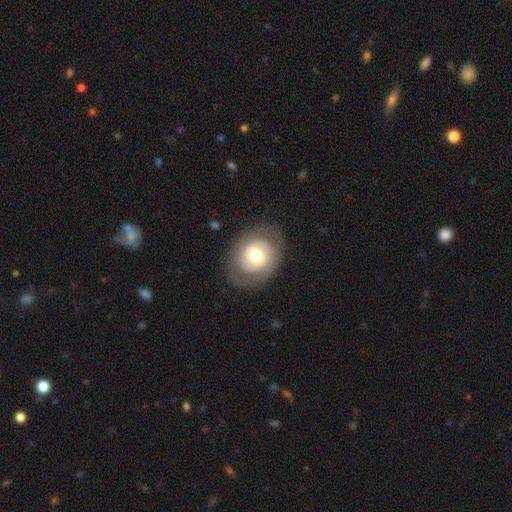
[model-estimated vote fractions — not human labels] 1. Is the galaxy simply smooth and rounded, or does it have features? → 53% featured or disk, 41% smooth, 7% star or artifact.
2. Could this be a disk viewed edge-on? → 96% no, 4% yes.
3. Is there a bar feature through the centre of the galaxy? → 73% no, 21% weak, 6% strong.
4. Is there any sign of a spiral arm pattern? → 56% yes, 44% no.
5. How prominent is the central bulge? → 63% moderate, 18% small, 16% large, 2% dominant, 1% none.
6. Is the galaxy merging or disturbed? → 78% none, 14% minor disturbance, 7% major disturbance, 1% merger.